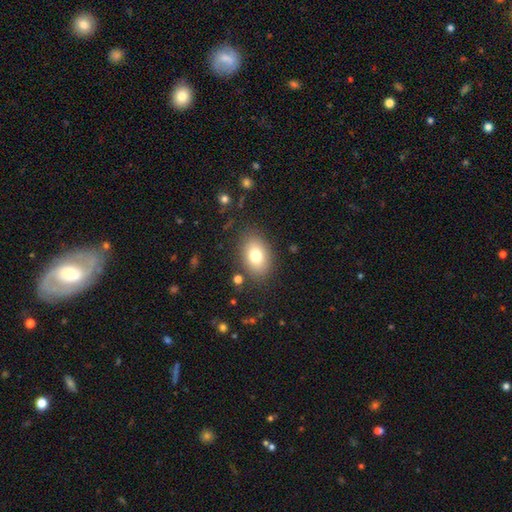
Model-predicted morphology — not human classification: A smooth galaxy with no disk features (78%) that is in between round and cigar-shaped (82%). Merging: none (84%).